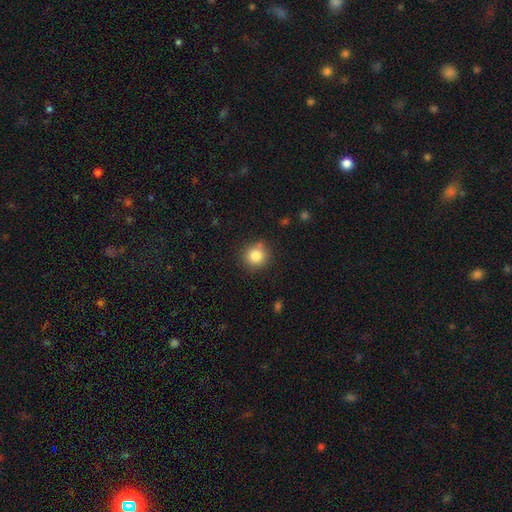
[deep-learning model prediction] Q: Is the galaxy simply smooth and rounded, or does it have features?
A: smooth — 83%.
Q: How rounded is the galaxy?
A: round — 90%.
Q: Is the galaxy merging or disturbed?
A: none — 81%.